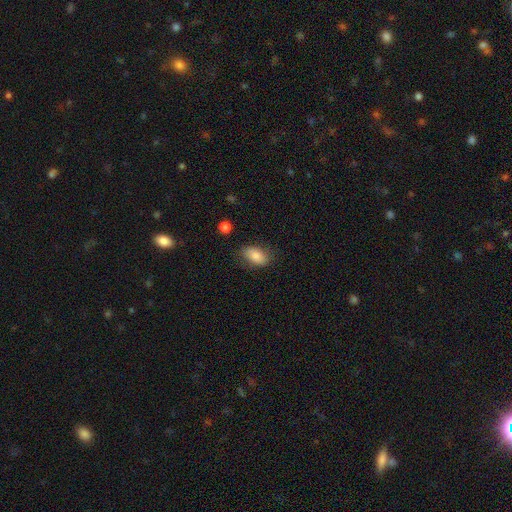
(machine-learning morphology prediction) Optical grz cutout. It shows a smooth galaxy with no disk features (84%) that is in between round and cigar-shaped (90%). Merging: none (75%).